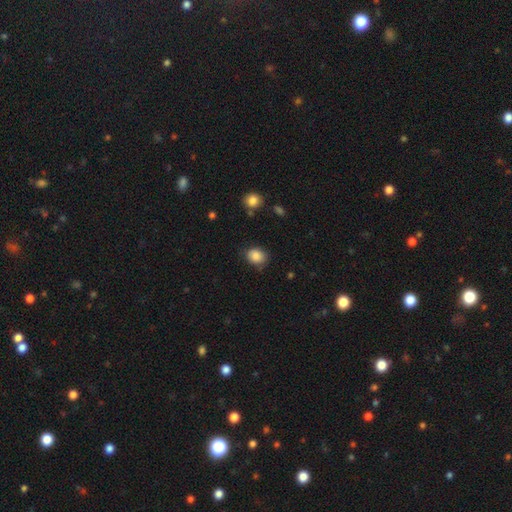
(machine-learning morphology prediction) Overall: smooth (86%). How rounded: round (51%; in between 48%). Merging: none (74%).